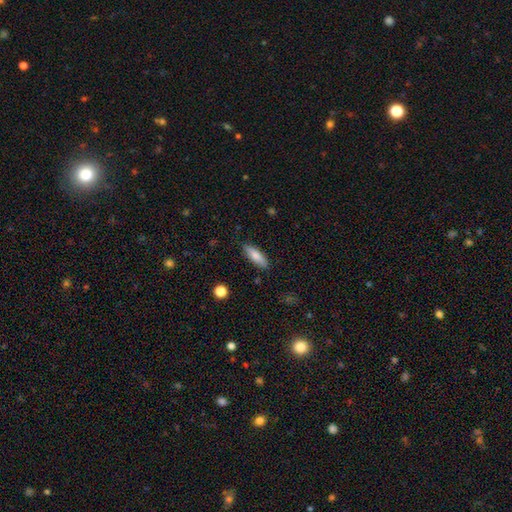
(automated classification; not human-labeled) This is likely a smooth galaxy (78%). How rounded: possibly in between (53%). Merging: clearly none (85%).